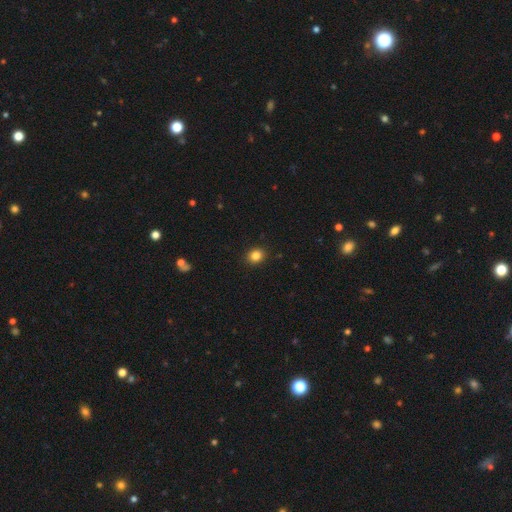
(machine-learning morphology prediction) Smooth or featured: smooth — 85% (star or artifact — 11%)
How rounded: round — 73% (in between — 26%)
Merging: none — 91% (minor disturbance — 6%)